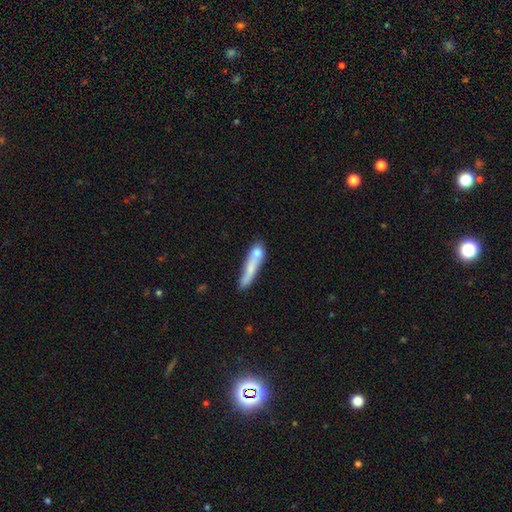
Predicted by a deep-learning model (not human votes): This appears to be a smooth galaxy with no disk features (65%) that is cigar-shaped (81%). Merging: none (44%).